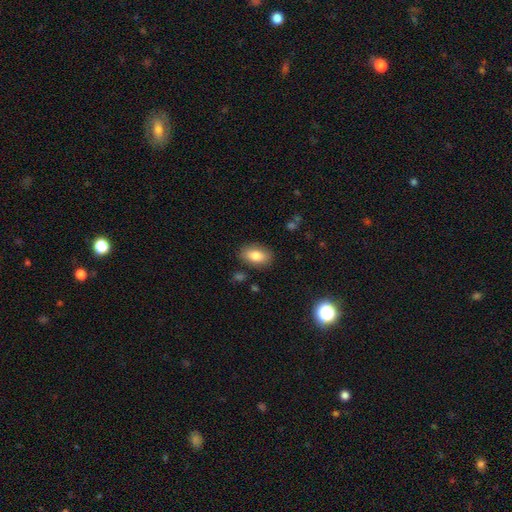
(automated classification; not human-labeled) Smooth or featured? Predicted: smooth (p=0.81). How rounded? Predicted: in between (p=0.89). Merging? Predicted: none (p=0.85).